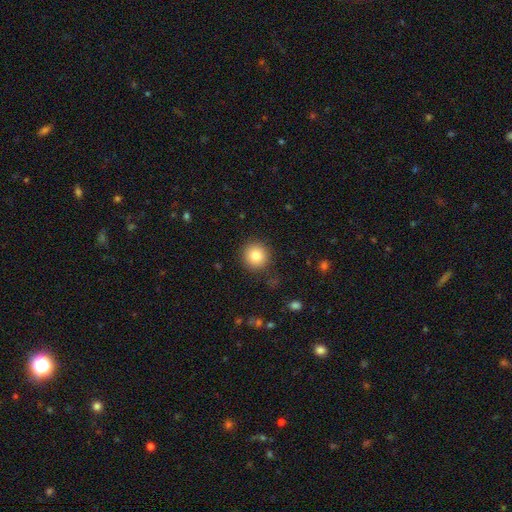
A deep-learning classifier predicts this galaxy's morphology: This appears to be a smooth galaxy with no disk features (83%) that is round (93%). Merging: none (88%).